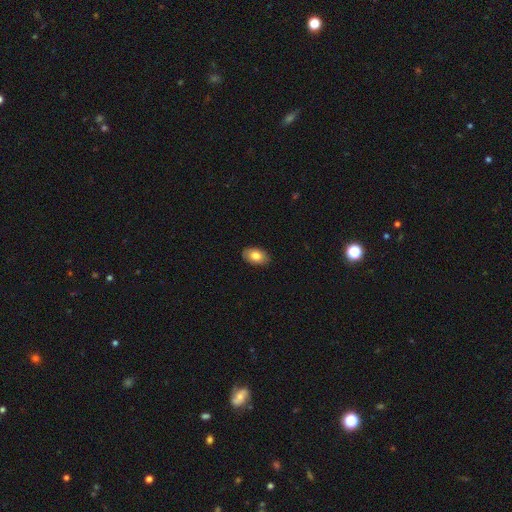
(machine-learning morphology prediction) This is likely a smooth galaxy (79%). How rounded: clearly in between (91%). Merging: clearly none (87%).